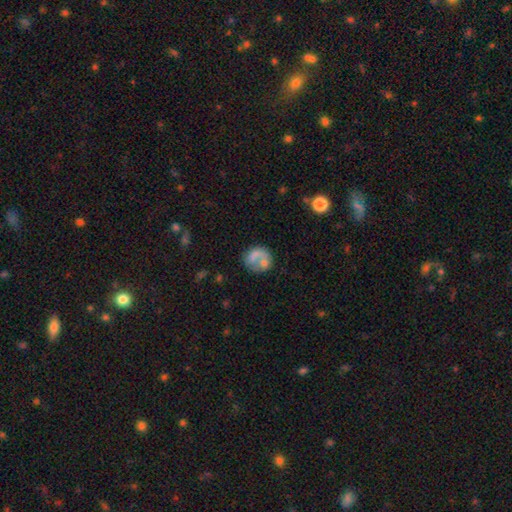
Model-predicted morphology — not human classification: smooth 57%, featured or disk 34%, star or artifact 10%. Down the decision tree: how rounded — round (74%); merging — none (44%).